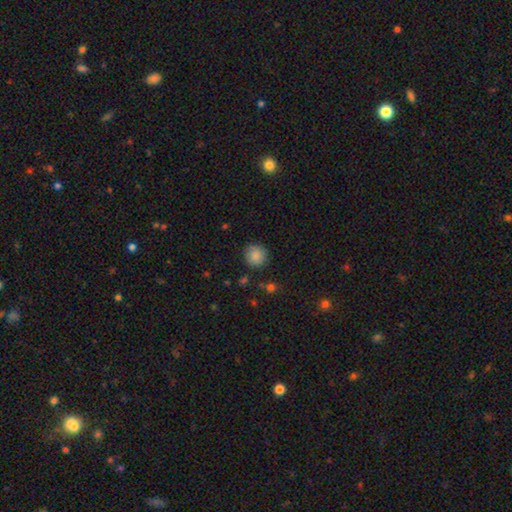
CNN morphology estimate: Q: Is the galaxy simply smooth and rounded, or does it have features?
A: smooth — 86%.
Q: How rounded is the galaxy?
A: round — 93%.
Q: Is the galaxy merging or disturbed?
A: none — 85%.